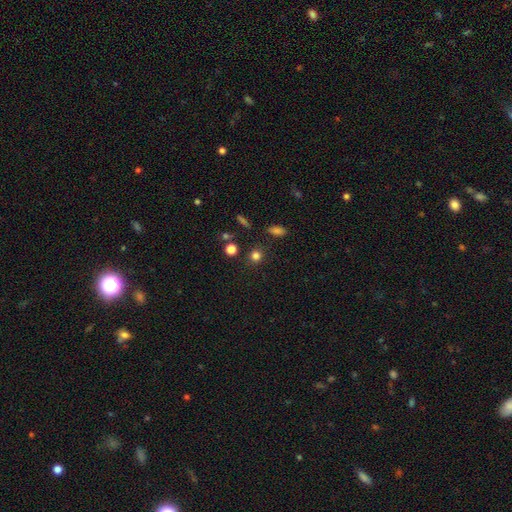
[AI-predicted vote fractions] This appears to be a smooth galaxy with no disk features (79%) that is round (86%). Merging: none (84%).